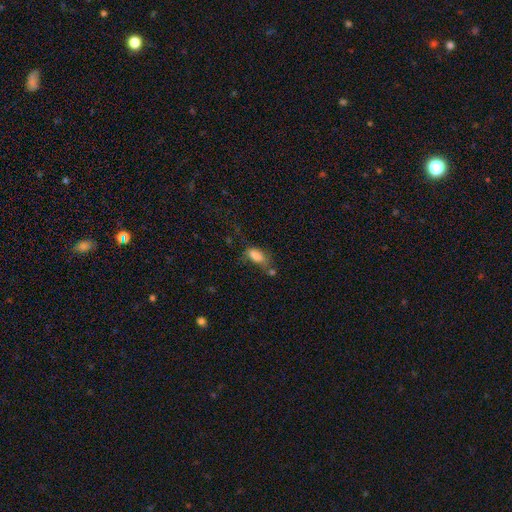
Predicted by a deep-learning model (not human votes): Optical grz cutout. It shows a smooth galaxy with no disk features (81%) that is in between round and cigar-shaped (88%). Merging: none (36%).